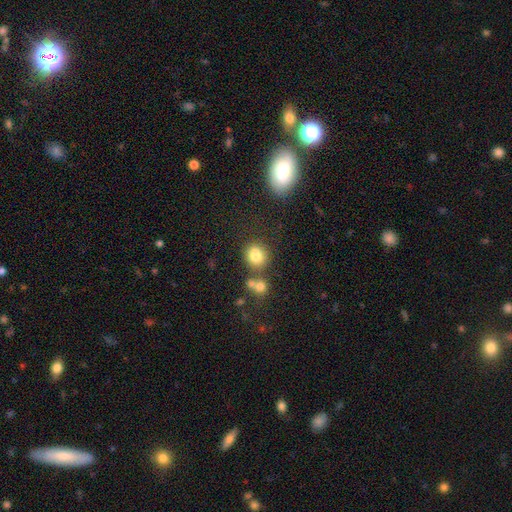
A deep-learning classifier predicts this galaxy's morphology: This is likely a smooth galaxy (79%). How rounded: likely round (70%). Merging: possibly none (58%).